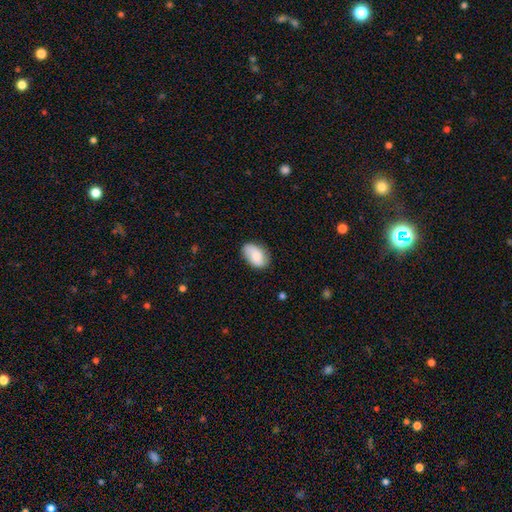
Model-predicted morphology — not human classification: A smooth galaxy with no disk features (76%) that is in between round and cigar-shaped (91%). Merging: none (75%).